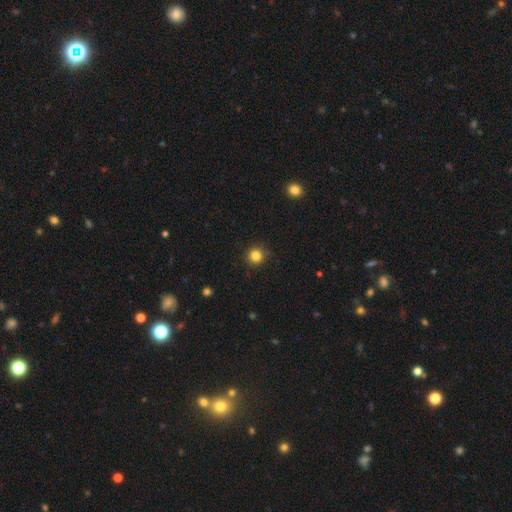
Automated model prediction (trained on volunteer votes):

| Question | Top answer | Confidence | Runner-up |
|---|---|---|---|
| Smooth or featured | smooth | 83% | star or artifact (13%) |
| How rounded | round | 94% | in between (5%) |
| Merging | none | 88% | minor disturbance (8%) |